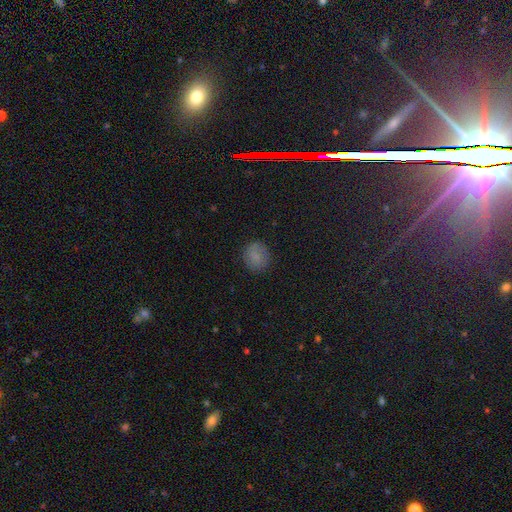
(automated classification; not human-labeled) This is likely a smooth galaxy (79%). How rounded: likely round (79%). Merging: clearly none (85%).